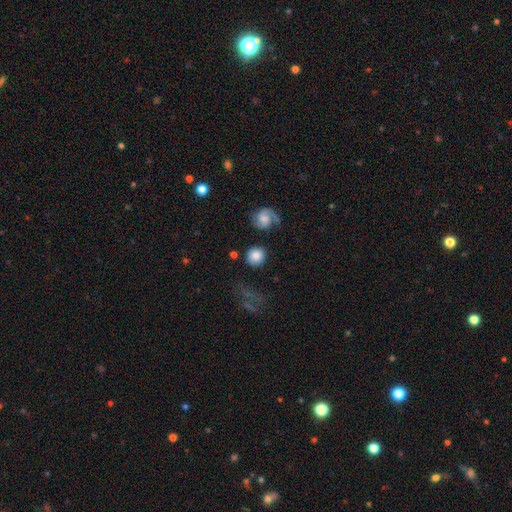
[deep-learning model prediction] A smooth galaxy with no disk features (77%) that is round (90%). Merging: none (79%).